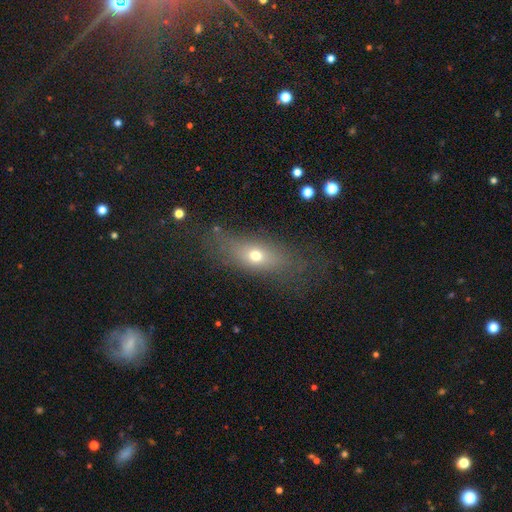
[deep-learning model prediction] smooth 62%, featured or disk 23%, star or artifact 14%. Down the decision tree: how rounded — in between (60%); merging — none (70%).